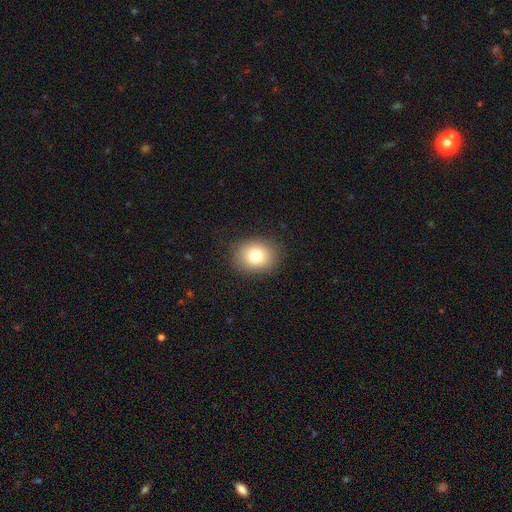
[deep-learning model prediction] This appears to be a smooth galaxy with no disk features (79%) that is round (56%). Merging: none (87%).